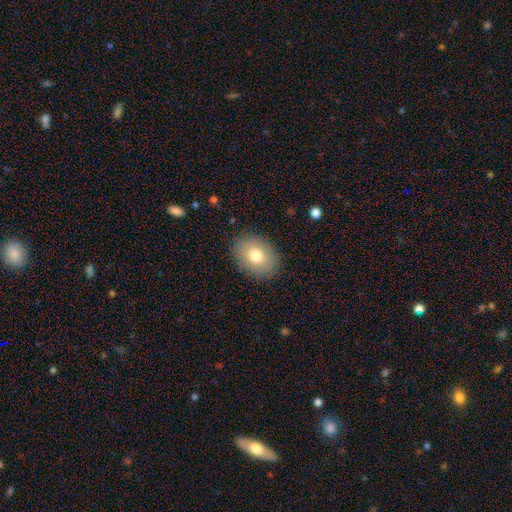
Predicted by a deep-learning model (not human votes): Smooth or featured: smooth — 77% (featured or disk — 15%)
How rounded: in between — 70% (round — 29%)
Merging: none — 87% (minor disturbance — 10%)